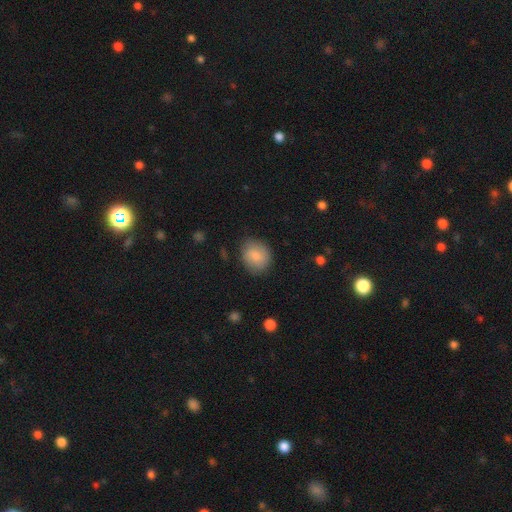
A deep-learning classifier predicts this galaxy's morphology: smooth_or_featured: smooth (p=0.79) [alt: featured or disk p=0.14]
how_rounded: round (p=0.68) [alt: in between p=0.31]
merging: none (p=0.81) [alt: minor disturbance p=0.14]